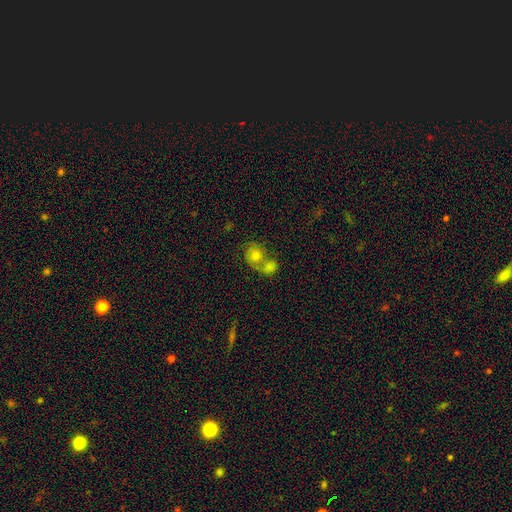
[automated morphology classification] type=smooth (52%); roundness=round (68%); merging=merger (58%).